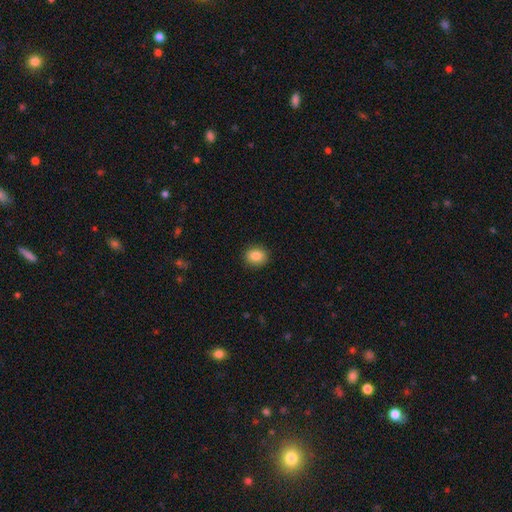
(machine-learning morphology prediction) Smooth or featured: smooth — 85% (star or artifact — 9%)
How rounded: round — 64% (in between — 35%)
Merging: none — 91% (minor disturbance — 7%)